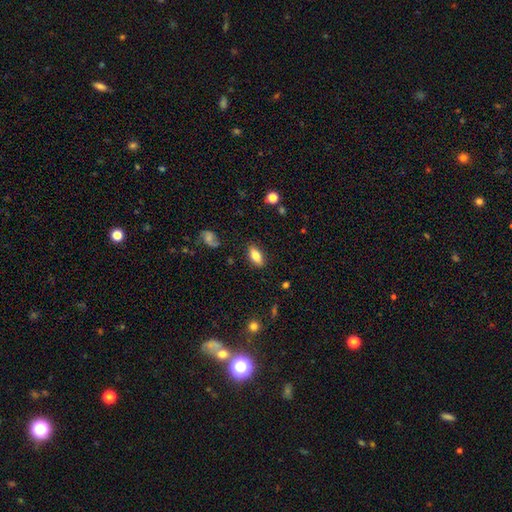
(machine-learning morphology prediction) Smooth or featured: smooth — 76% (featured or disk — 17%)
How rounded: in between — 84% (cigar-shaped — 13%)
Merging: none — 86% (minor disturbance — 10%)